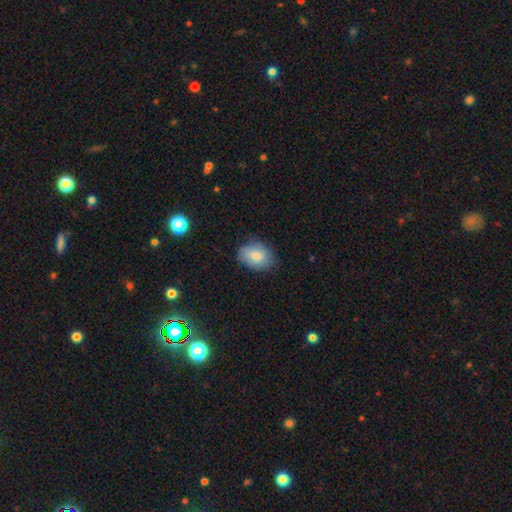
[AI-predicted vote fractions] Overall: smooth (80%). How rounded: in between (73%). Merging: none (74%).